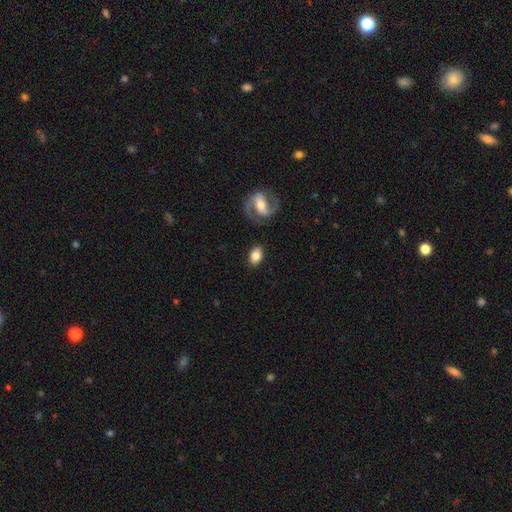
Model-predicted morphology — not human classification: A smooth galaxy with no disk features (72%) that is in between round and cigar-shaped (85%).

Vote fractions:
- Smooth or featured? smooth: 72% / featured or disk: 21% / star or artifact: 7%
- How rounded? in between: 85% / round: 14% / cigar-shaped: 2%
- Merging? none: 81% / minor disturbance: 12% / major disturbance: 4% / merger: 3%